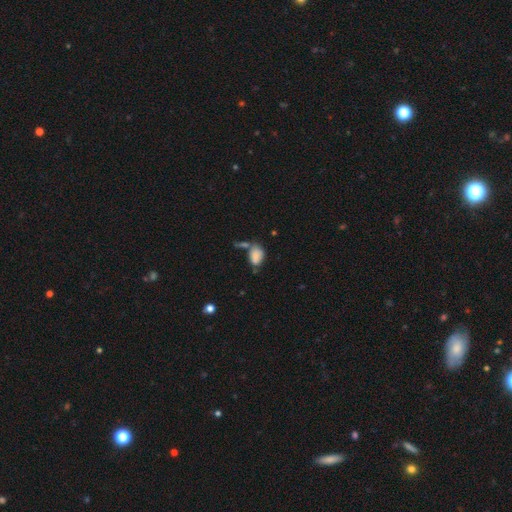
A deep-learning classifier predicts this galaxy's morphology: Overall: smooth (83%). How rounded: in between (86%). Merging: none (41%; merger 27%).